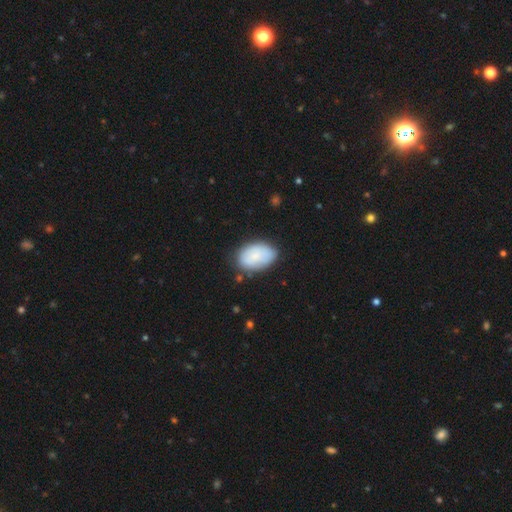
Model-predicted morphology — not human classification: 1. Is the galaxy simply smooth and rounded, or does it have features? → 78% smooth, 16% featured or disk, 6% star or artifact.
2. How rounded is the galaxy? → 89% in between, 10% round, 1% cigar-shaped.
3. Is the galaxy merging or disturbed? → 73% none, 19% minor disturbance, 5% major disturbance, 3% merger.